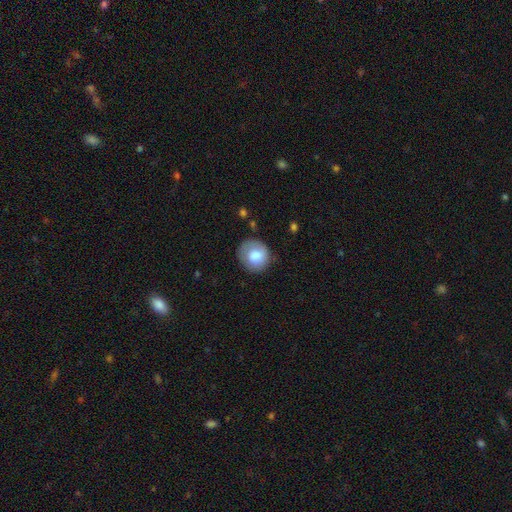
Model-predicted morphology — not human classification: This appears to be a smooth galaxy with no disk features (75%) that is round (86%). Merging: none (72%).